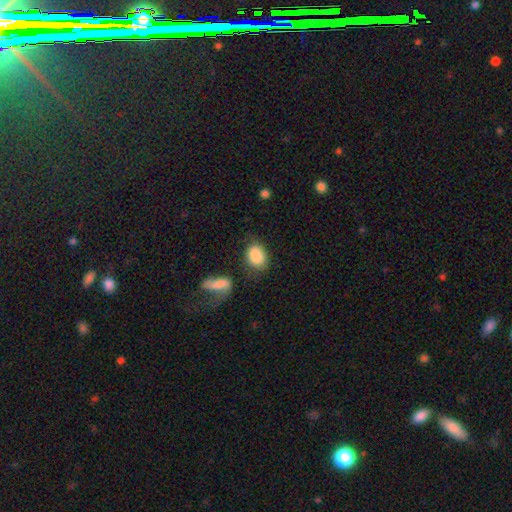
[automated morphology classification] Smooth or featured?
  - smooth: 87% *
  - star or artifact: 7%
  - featured or disk: 6%
How rounded?
  - in between: 79% *
  - round: 20%
  - cigar-shaped: 2%
Merging?
  - none: 62% *
  - minor disturbance: 18%
  - merger: 12%
  - major disturbance: 8%